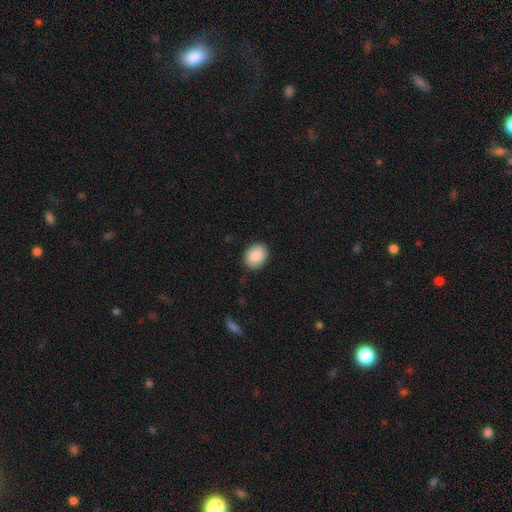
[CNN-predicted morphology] The model was most divided on "how rounded": in between: 53%, round: 46%, cigar-shaped: 1%. More confident: smooth or featured — smooth (88%); merging — none (88%).